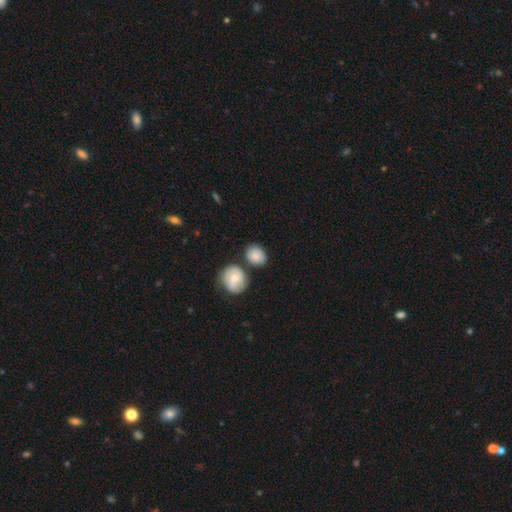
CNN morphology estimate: This is clearly a smooth galaxy (80%). How rounded: likely round (62%). Merging: likely none (67%).